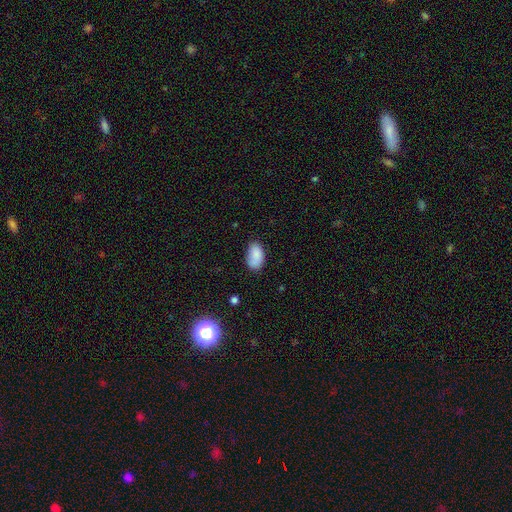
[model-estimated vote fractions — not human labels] Q: Smooth or featured?
A: smooth (85%); runner-up: star or artifact (8%)
Q: How rounded?
A: in between (92%); runner-up: round (6%)
Q: Merging?
A: none (69%); runner-up: minor disturbance (22%)